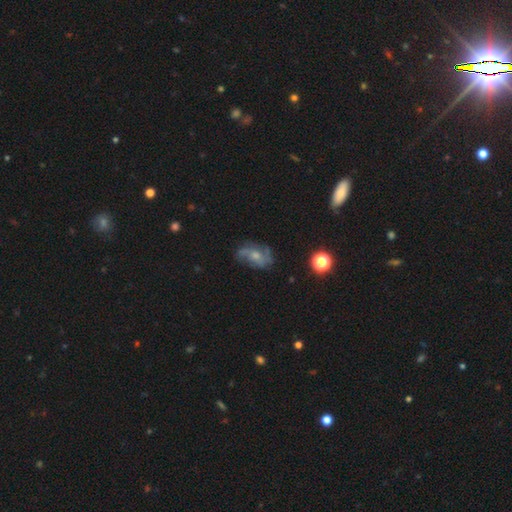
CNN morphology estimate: Smooth or featured?
  - featured or disk: 63% *
  - smooth: 25%
  - star or artifact: 11%
Edge-on disk?
  - no: 96% *
  - yes: 4%
Bar?
  - no: 69% *
  - weak: 26%
  - strong: 5%
Spiral arms?
  - yes: 80% *
  - no: 20%
Bulge size?
  - small: 44% *
  - moderate: 43%
  - none: 8%
  - large: 4%
  - dominant: 1%
Merging?
  - none: 58% *
  - minor disturbance: 24%
  - major disturbance: 15%
  - merger: 3%